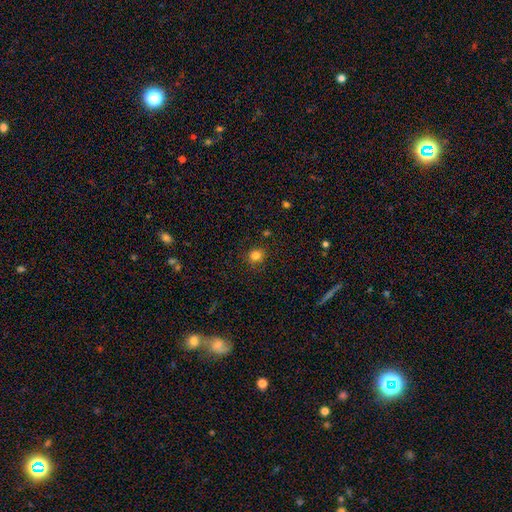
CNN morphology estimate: Smooth or featured: smooth — 82% (star or artifact — 13%)
How rounded: round — 89% (in between — 10%)
Merging: none — 85% (minor disturbance — 10%)